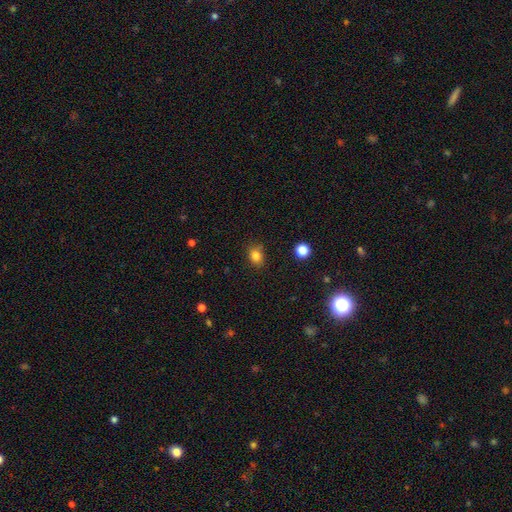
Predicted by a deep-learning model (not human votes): Smooth or featured? smooth (82%)
How rounded? in between (51%)
Merging? none (82%)